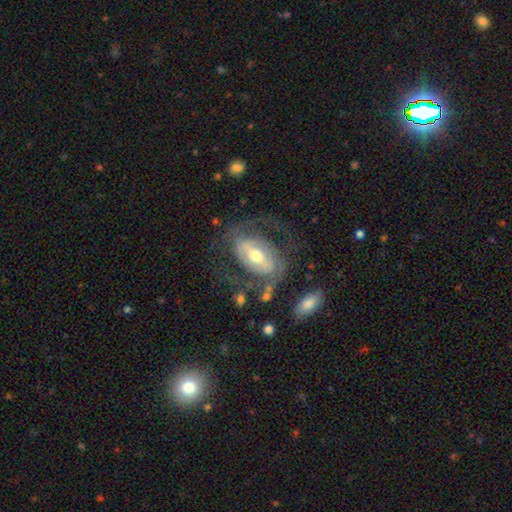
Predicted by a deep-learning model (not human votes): A featured or disk galaxy (78%) with a strong bar (44%), 2 (79%) medium (47%) spiral arms (78%) and a moderate central bulge (68%).

Vote fractions:
- Smooth or featured? featured or disk: 78% / smooth: 16% / star or artifact: 6%
- Edge-on disk? no: 94% / yes: 6%
- Bar? strong: 44% / weak: 34% / no: 21%
- Spiral arms? yes: 78% / no: 22%
- Spiral winding? medium: 47% / loose: 28% / tight: 25%
- Spiral arm count? 2: 79% / can't tell: 11% / 1: 5% / 3: 3% / 4: 1% / more than 4: 1%
- Bulge size? moderate: 68% / small: 23% / large: 7% / dominant: 1% / none: 1%
- Merging? none: 57% / major disturbance: 24% / minor disturbance: 16% / merger: 4%